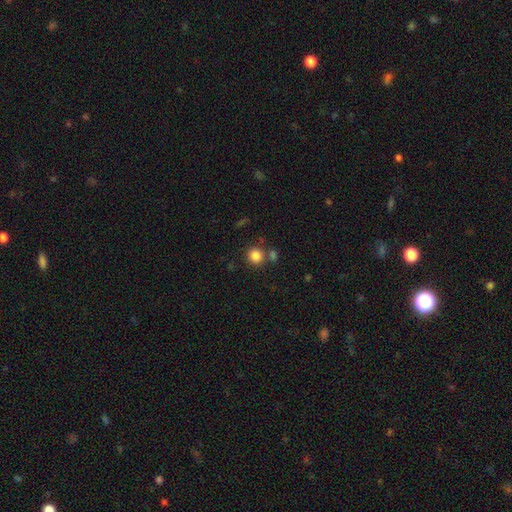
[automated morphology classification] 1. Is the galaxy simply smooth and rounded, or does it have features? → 85% smooth, 11% star or artifact, 5% featured or disk.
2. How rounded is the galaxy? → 90% round, 9% in between, 1% cigar-shaped.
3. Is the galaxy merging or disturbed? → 73% none, 15% merger, 8% minor disturbance, 3% major disturbance.